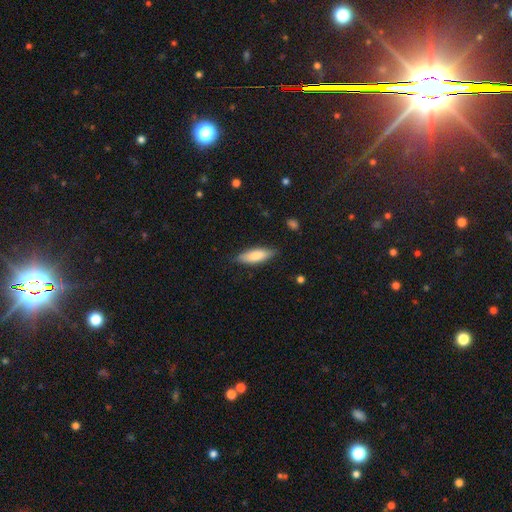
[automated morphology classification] The model was most divided on "how rounded": in between: 55%, cigar-shaped: 44%, round: 2%. More confident: merging — none (83%); smooth or featured — smooth (79%).